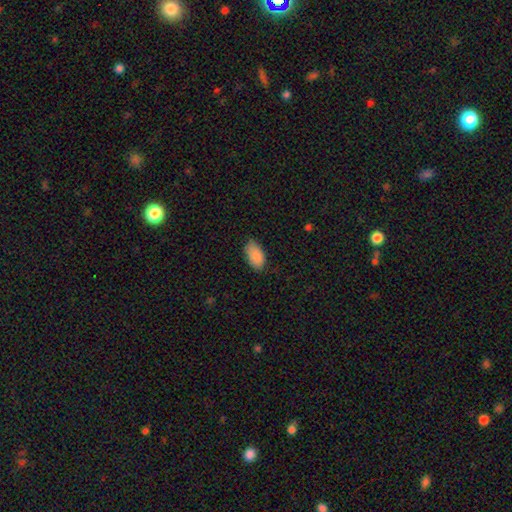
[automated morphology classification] A smooth galaxy with no disk features (89%) that is in between round and cigar-shaped (95%).

Vote fractions:
- Smooth or featured? smooth: 89% / star or artifact: 7% / featured or disk: 4%
- How rounded? in between: 95% / round: 3% / cigar-shaped: 2%
- Merging? none: 80% / minor disturbance: 16% / major disturbance: 3% / merger: 1%